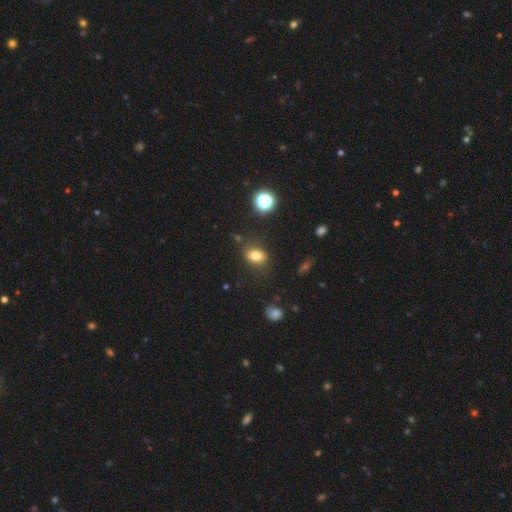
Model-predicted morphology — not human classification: type=smooth (77%); roundness=in between (69%); merging=none (78%).